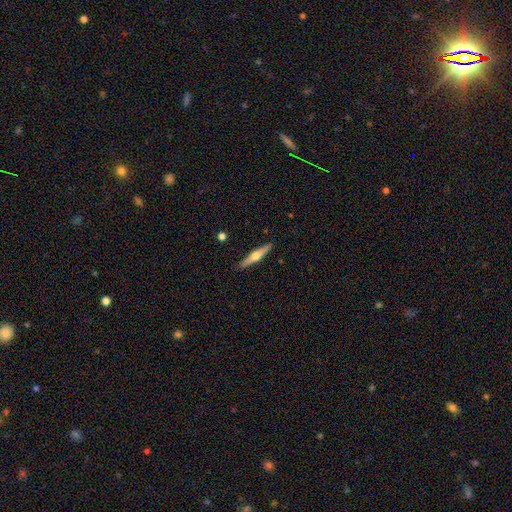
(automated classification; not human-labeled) Smooth or featured: featured or disk — 54% (smooth — 41%)
Edge-on disk: yes — 96% (no — 4%)
Edge-on bulge: rounded — 91% (none — 6%)
Merging: none — 91% (minor disturbance — 7%)